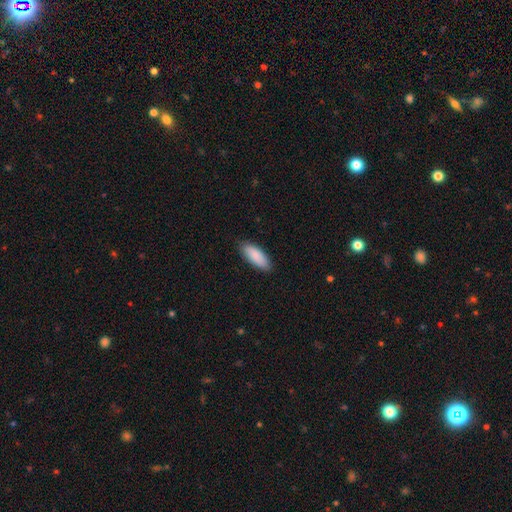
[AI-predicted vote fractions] Smooth or featured? Predicted: smooth (p=0.88). How rounded? Predicted: in between (p=0.77). Merging? Predicted: none (p=0.85).